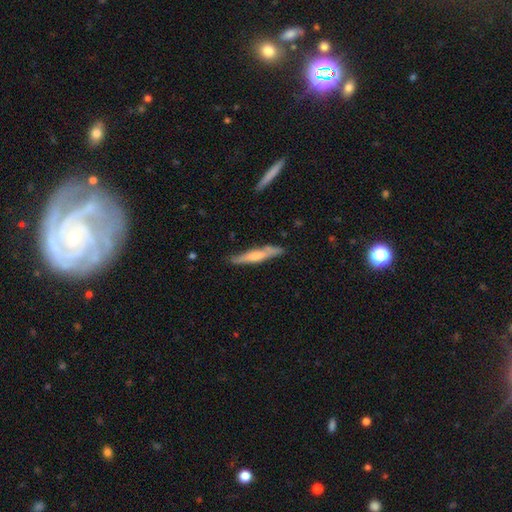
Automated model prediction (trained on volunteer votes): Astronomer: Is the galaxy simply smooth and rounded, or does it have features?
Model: featured or disk — 52% (runner-up: smooth, 43%).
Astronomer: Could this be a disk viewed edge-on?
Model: yes — 92%.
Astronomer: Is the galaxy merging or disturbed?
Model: none — 82%.